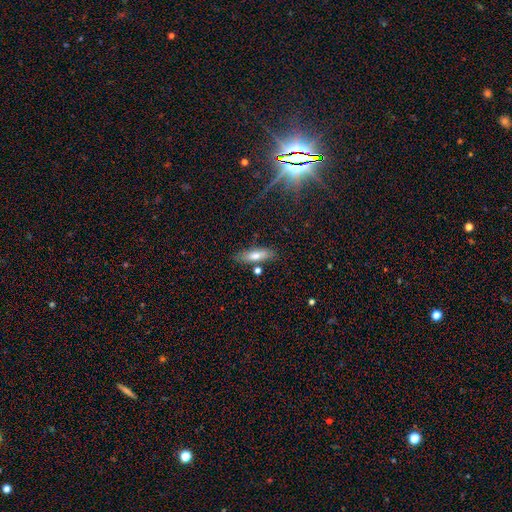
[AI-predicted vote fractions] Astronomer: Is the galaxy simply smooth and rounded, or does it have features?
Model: smooth — 68%.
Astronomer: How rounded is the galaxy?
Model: in between — 52% (runner-up: cigar-shaped, 46%).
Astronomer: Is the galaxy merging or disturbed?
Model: none — 77%.